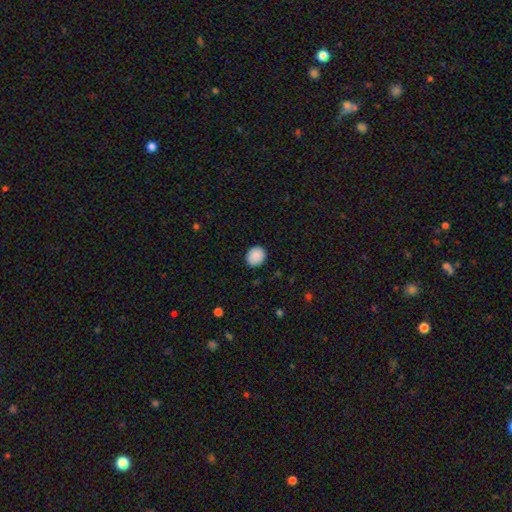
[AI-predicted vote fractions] Smooth or featured?
  - smooth: 90% *
  - star or artifact: 8%
  - featured or disk: 3%
How rounded?
  - round: 73% *
  - in between: 26%
  - cigar-shaped: 1%
Merging?
  - none: 90% *
  - minor disturbance: 7%
  - major disturbance: 2%
  - merger: 1%